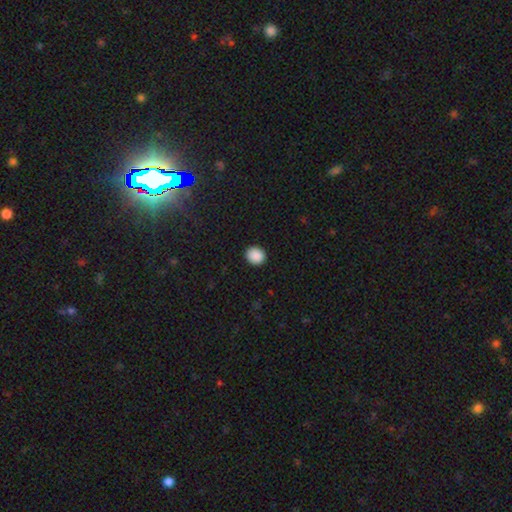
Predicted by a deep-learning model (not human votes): smooth-or-featured: smooth: 90% | star or artifact: 8% | featured or disk: 2%
  how-rounded: round: 78% | in between: 21% | cigar-shaped: 1%
  merging: none: 91% | minor disturbance: 6% | major disturbance: 2% | merger: 1%